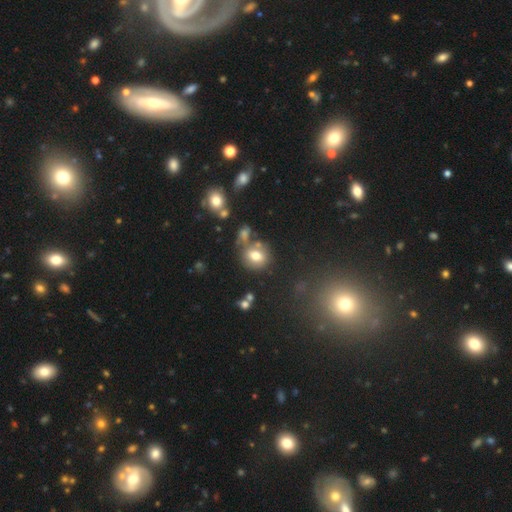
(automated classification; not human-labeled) The model was most divided on "how rounded": round: 63%, in between: 36%, cigar-shaped: 1%. More confident: smooth or featured — smooth (73%); merging — none (58%).